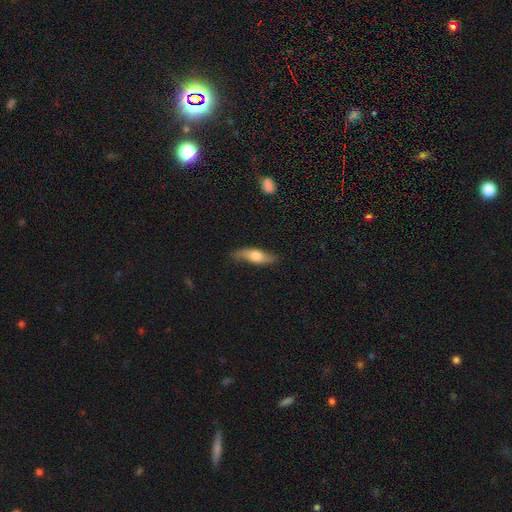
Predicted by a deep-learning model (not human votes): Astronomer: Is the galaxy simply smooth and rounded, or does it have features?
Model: smooth — 51% (runner-up: featured or disk, 43%).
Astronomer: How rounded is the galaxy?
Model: in between — 51% (runner-up: cigar-shaped, 45%).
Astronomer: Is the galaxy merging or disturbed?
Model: none — 71%.